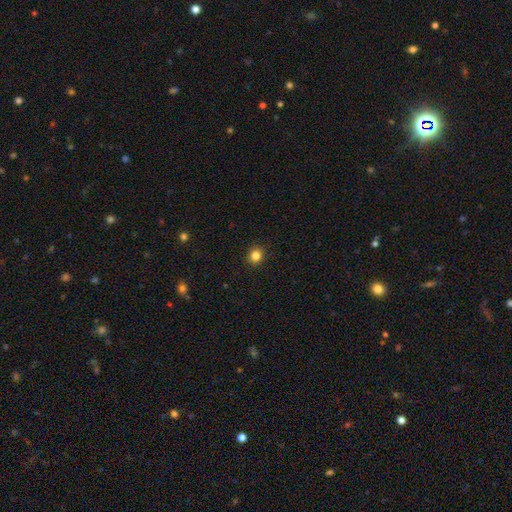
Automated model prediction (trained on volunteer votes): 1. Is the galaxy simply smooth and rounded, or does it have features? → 84% smooth, 12% star or artifact, 4% featured or disk.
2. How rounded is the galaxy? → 87% round, 12% in between, 1% cigar-shaped.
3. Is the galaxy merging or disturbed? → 92% none, 5% minor disturbance, 2% major disturbance, 1% merger.